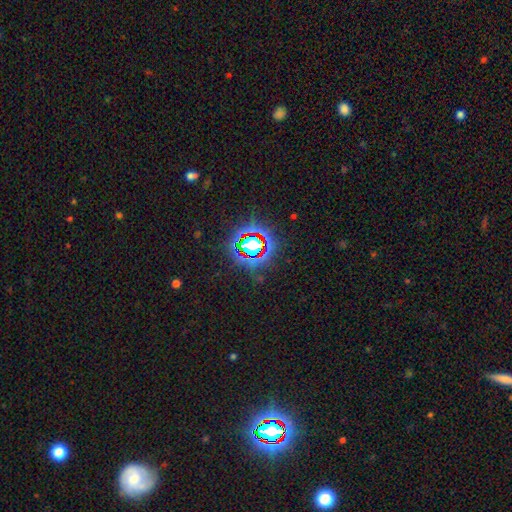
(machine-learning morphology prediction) A star or artifact, not a galaxy (77%).

Vote fractions:
- Smooth or featured? star or artifact: 77% / smooth: 14% / featured or disk: 9%